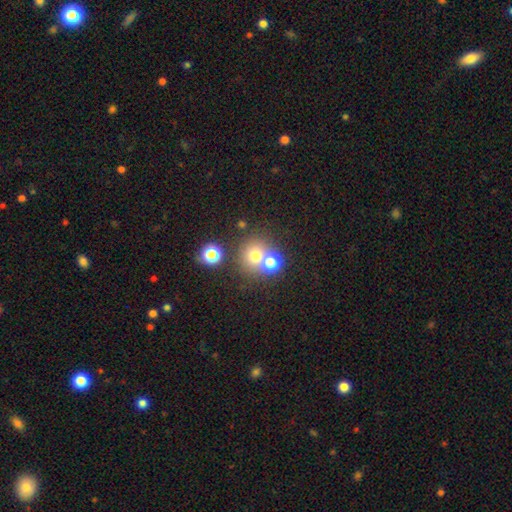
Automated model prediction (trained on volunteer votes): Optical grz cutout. It shows a smooth galaxy with no disk features (68%) that is round (87%). Merging: none (51%).